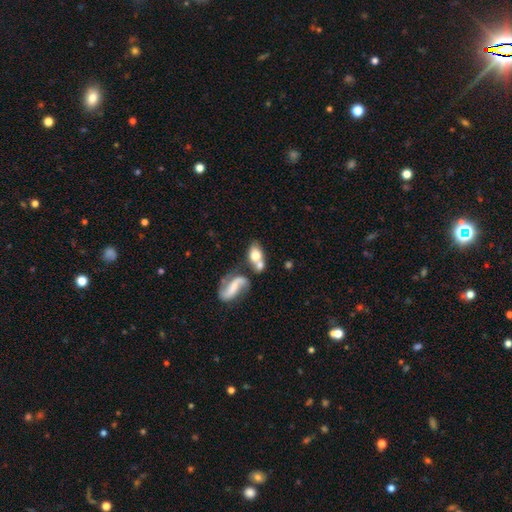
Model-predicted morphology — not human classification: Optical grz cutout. It shows a smooth galaxy with no disk features (61%) that is in between round and cigar-shaped (80%). Merging: merger (49%).